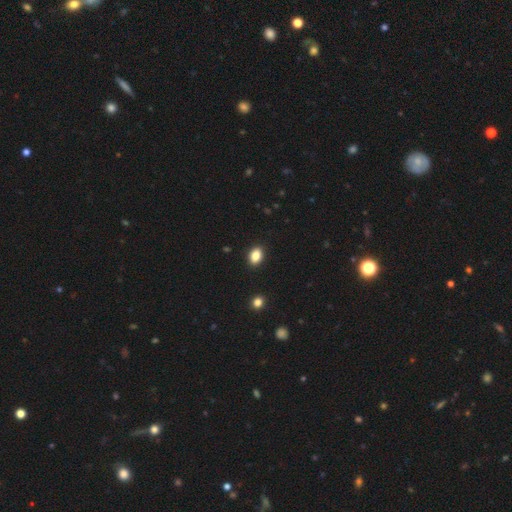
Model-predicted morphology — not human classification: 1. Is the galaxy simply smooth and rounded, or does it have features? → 86% smooth, 10% star or artifact, 5% featured or disk.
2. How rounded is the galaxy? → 80% in between, 19% round, 1% cigar-shaped.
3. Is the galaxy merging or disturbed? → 90% none, 7% minor disturbance, 2% major disturbance, 1% merger.